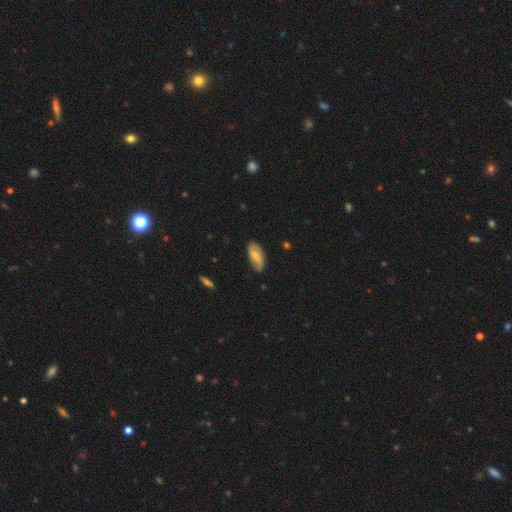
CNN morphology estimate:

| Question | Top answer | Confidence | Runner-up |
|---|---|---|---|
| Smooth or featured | smooth | 52% | featured or disk (41%) |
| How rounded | in between | 86% | cigar-shaped (11%) |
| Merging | none | 77% | minor disturbance (18%) |